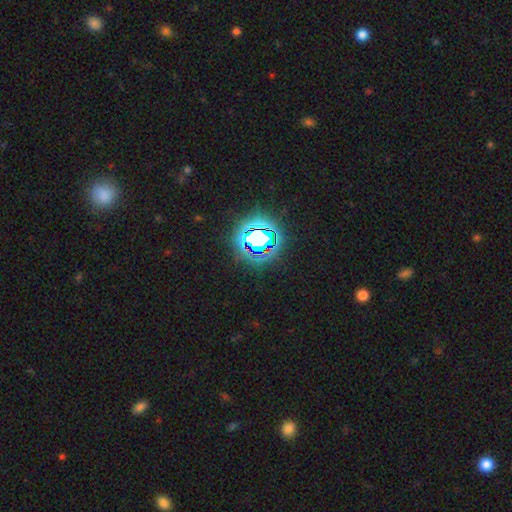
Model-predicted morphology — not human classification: star or artifact 82%, smooth 11%, featured or disk 7%.